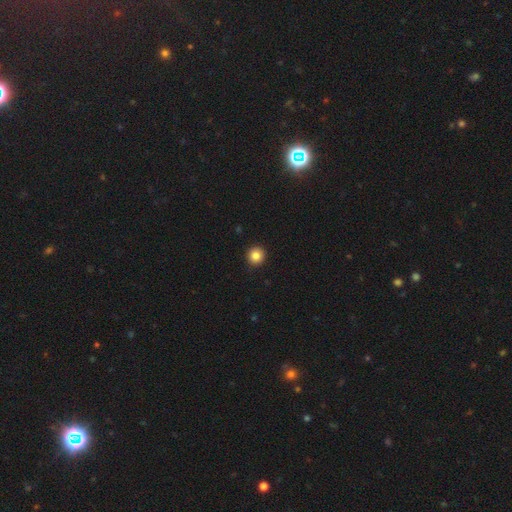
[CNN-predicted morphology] Overall: smooth (85%). How rounded: round (95%). Merging: none (93%).